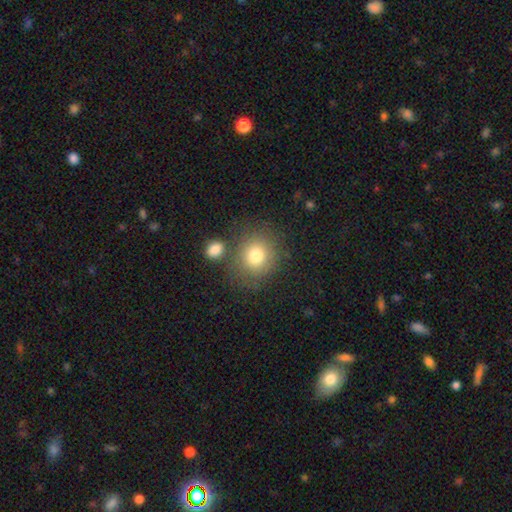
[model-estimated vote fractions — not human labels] The model was most divided on "merging": none: 72%, merger: 12%, minor disturbance: 11%, major disturbance: 5%. More confident: how rounded — round (80%); smooth or featured — smooth (78%).